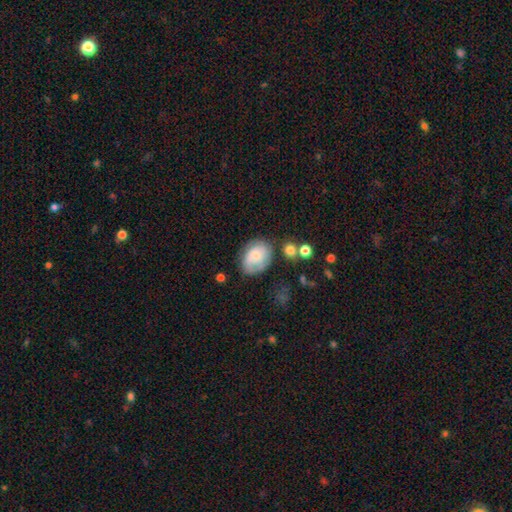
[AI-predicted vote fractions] Smooth or featured?
  - smooth: 51% *
  - featured or disk: 41%
  - star or artifact: 8%
How rounded?
  - in between: 70% *
  - round: 29%
  - cigar-shaped: 1%
Merging?
  - none: 60% *
  - minor disturbance: 25%
  - major disturbance: 9%
  - merger: 5%